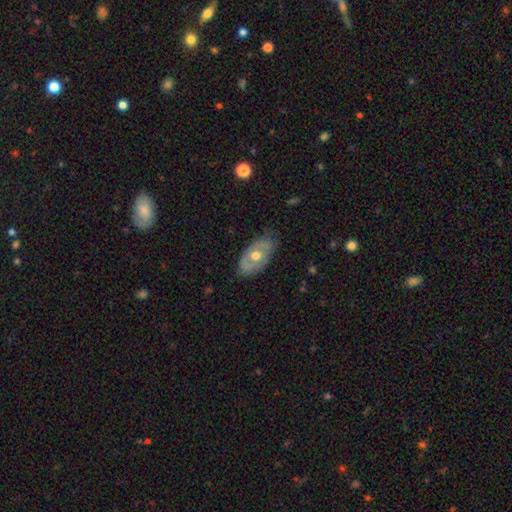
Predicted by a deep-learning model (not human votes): This appears to be a featured or disk galaxy (52%). Merging: none (70%).